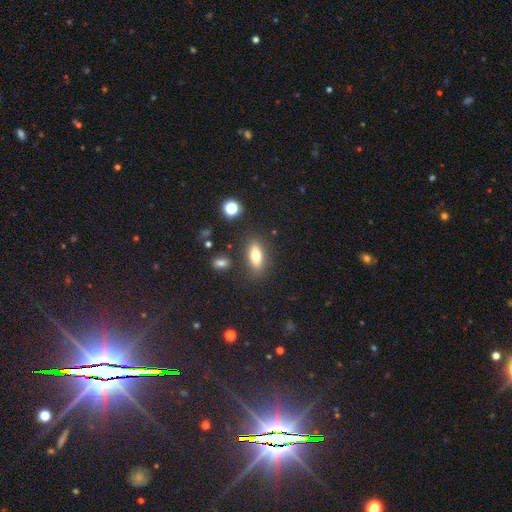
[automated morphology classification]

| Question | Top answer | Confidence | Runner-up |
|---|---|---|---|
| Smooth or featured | smooth | 72% | featured or disk (18%) |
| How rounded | in between | 73% | cigar-shaped (22%) |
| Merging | none | 82% | minor disturbance (11%) |